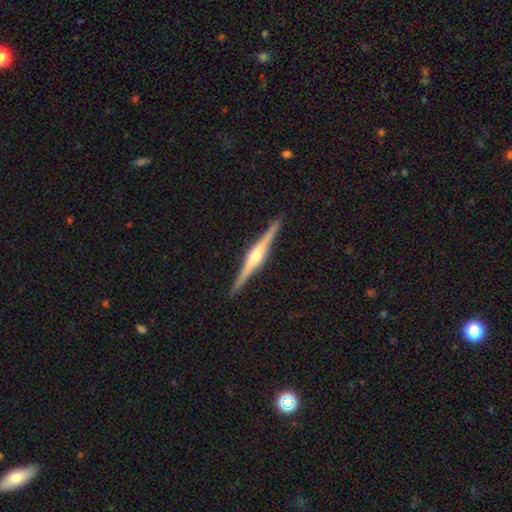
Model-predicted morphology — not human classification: The model was most divided on "edge-on bulge": rounded: 81%, boxy: 12%, none: 6%. More confident: edge-on disk — yes (99%); merging — none (91%); smooth or featured — featured or disk (83%).